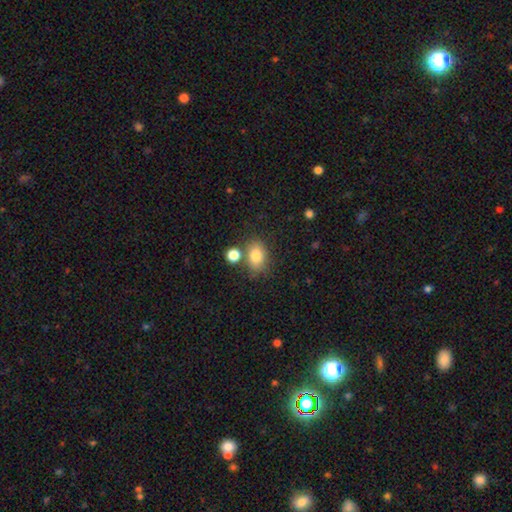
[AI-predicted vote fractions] A smooth galaxy with no disk features (81%) that is in between round and cigar-shaped (72%). Merging: none (68%).